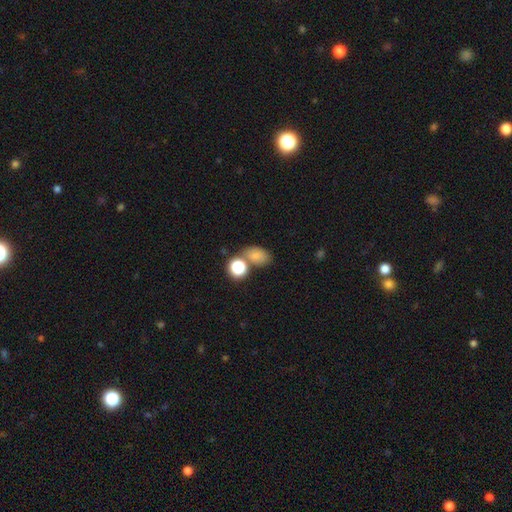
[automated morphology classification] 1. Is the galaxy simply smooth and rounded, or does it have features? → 78% smooth, 15% star or artifact, 8% featured or disk.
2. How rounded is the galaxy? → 75% in between, 23% round, 2% cigar-shaped.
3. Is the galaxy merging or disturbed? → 58% none, 23% merger, 14% minor disturbance, 5% major disturbance.